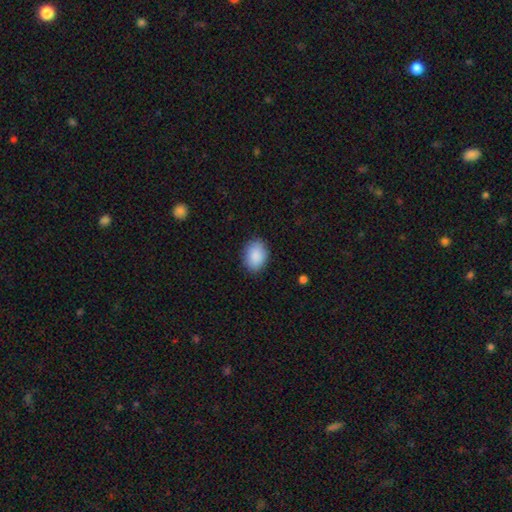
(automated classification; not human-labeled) Overall: smooth (89%). How rounded: in between (71%). Merging: none (86%).